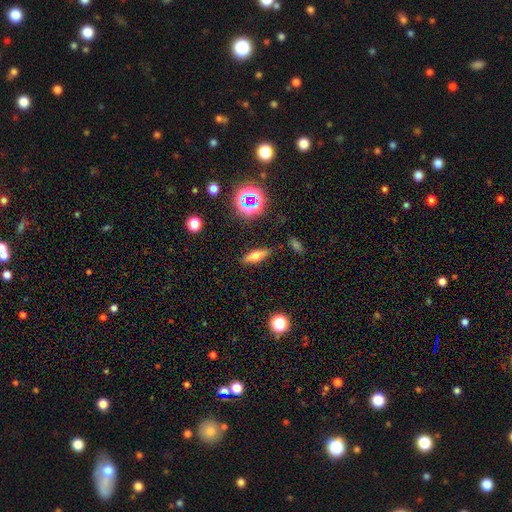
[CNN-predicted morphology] smooth_or_featured: smooth (p=0.51) [alt: featured or disk p=0.35]
how_rounded: cigar-shaped (p=0.48) [alt: in between p=0.46]
merging: none (p=0.86) [alt: minor disturbance p=0.09]